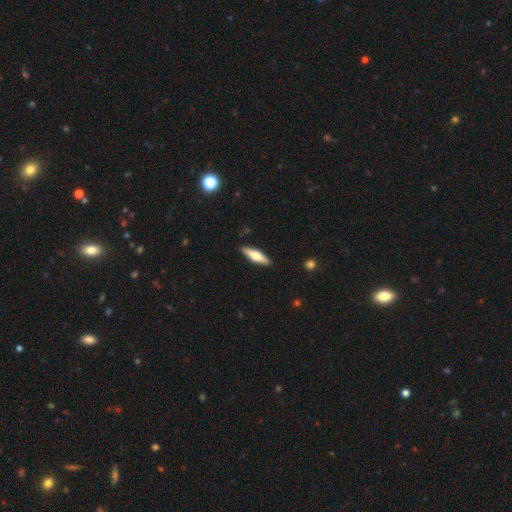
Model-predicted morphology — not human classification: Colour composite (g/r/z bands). It shows a featured or disk galaxy (51%) viewed edge-on (93%). Merging: none (90%).